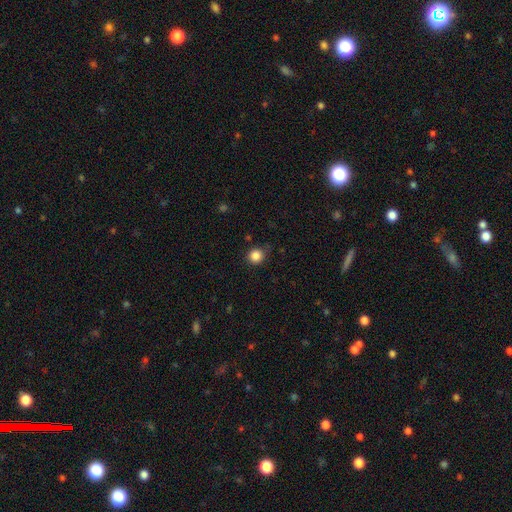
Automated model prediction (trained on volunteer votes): Morphology: type=smooth (85%); roundness=round (92%); merging=none (85%).